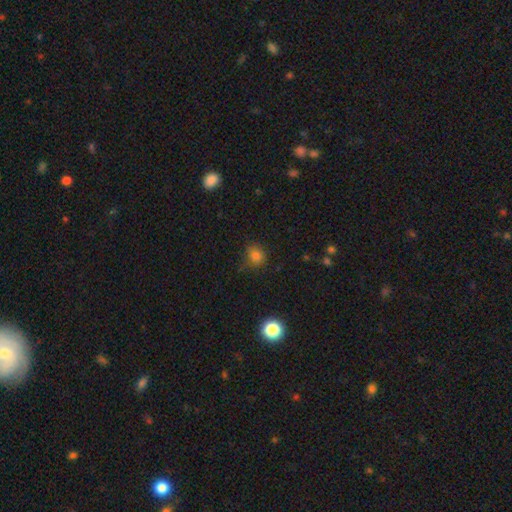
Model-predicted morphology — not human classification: The model was most divided on "merging": none: 74%, minor disturbance: 19%, major disturbance: 5%, merger: 2%. More confident: smooth or featured — smooth (79%); how rounded — round (78%).